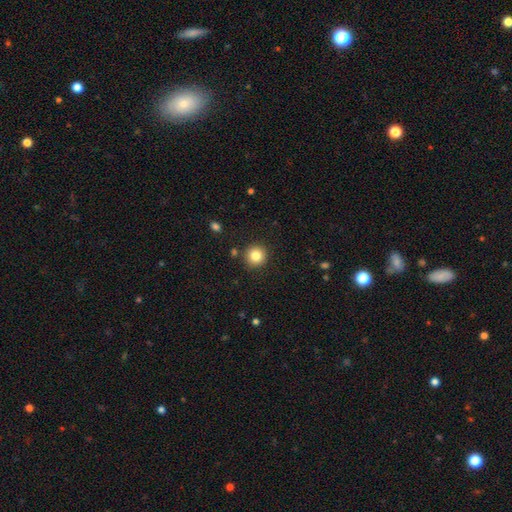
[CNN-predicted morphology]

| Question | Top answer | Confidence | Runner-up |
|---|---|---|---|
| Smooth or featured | smooth | 83% | star or artifact (10%) |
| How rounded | round | 94% | in between (5%) |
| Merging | none | 89% | minor disturbance (6%) |